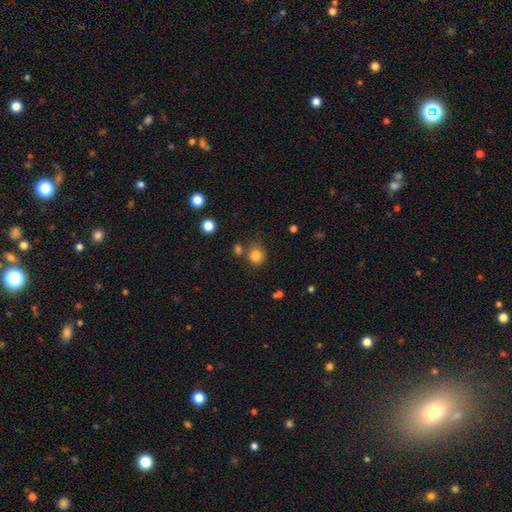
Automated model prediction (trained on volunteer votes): smooth 82%, star or artifact 13%, featured or disk 6%. Down the decision tree: how rounded — round (86%); merging — none (73%).